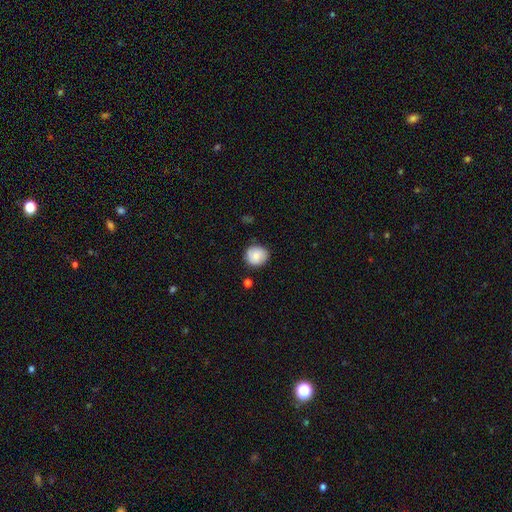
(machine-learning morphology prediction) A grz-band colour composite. It shows a smooth galaxy with no disk features (78%) that is round (87%). Merging: none (82%).